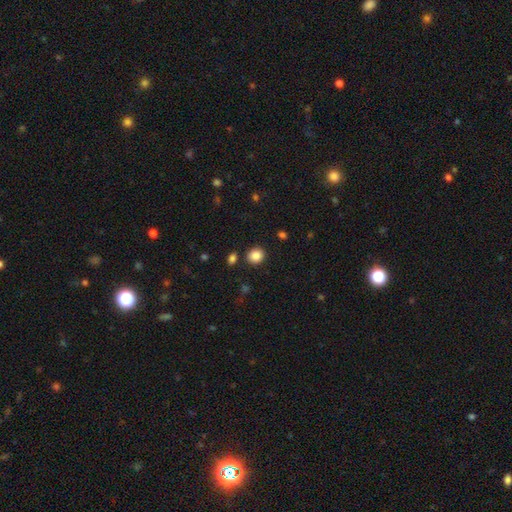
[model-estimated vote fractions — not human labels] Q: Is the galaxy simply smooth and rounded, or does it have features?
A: smooth — 86%.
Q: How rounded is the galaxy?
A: round — 81%.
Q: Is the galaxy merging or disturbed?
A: none — 87%.